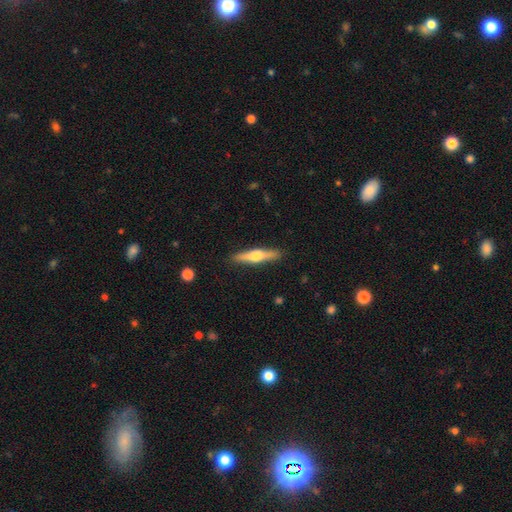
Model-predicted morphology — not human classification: This appears to be a featured or disk galaxy (54%) viewed edge-on (96%) with a rounded central bulge (91%). Merging: none (90%).